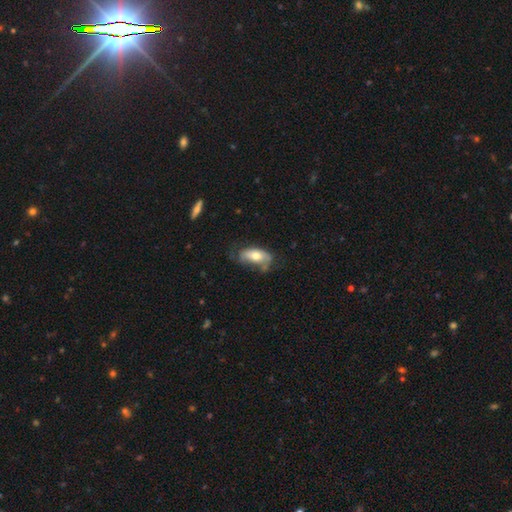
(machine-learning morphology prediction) A smooth galaxy with no disk features (62%) that is in between round and cigar-shaped (89%).

Vote fractions:
- Smooth or featured? smooth: 62% / featured or disk: 32% / star or artifact: 6%
- How rounded? in between: 89% / cigar-shaped: 8% / round: 3%
- Merging? none: 44% / minor disturbance: 34% / major disturbance: 18% / merger: 4%